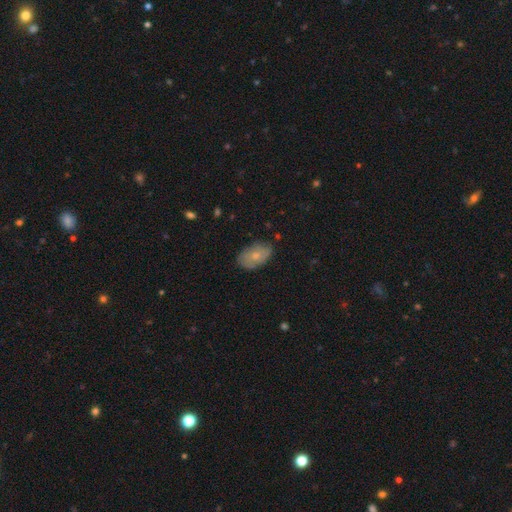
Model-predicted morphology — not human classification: smooth-or-featured: smooth: 61% | featured or disk: 32% | star or artifact: 7%
  how-rounded: in between: 91% | round: 7% | cigar-shaped: 2%
  merging: none: 76% | minor disturbance: 19% | major disturbance: 4% | merger: 1%